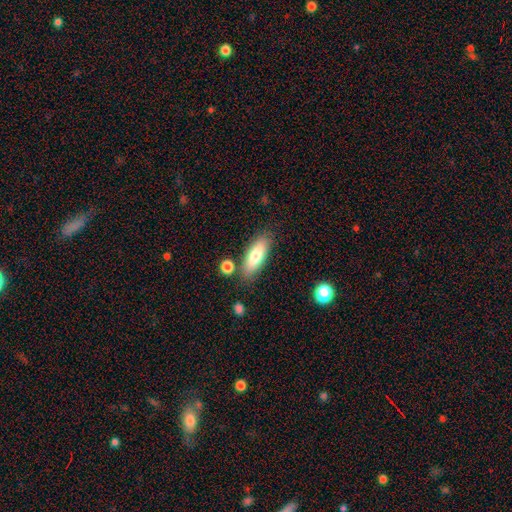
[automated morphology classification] This is likely a smooth galaxy (75%). How rounded: likely in between (67%). Merging: likely none (80%).